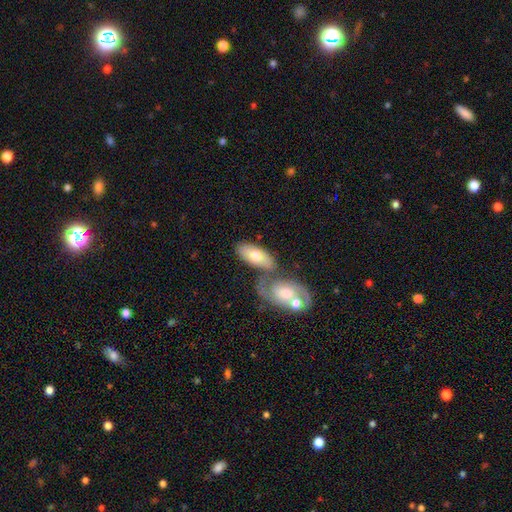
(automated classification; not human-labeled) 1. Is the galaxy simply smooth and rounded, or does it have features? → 64% smooth, 31% featured or disk, 6% star or artifact.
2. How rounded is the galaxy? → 87% in between, 9% cigar-shaped, 3% round.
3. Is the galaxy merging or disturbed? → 44% none, 37% merger, 13% minor disturbance, 6% major disturbance.